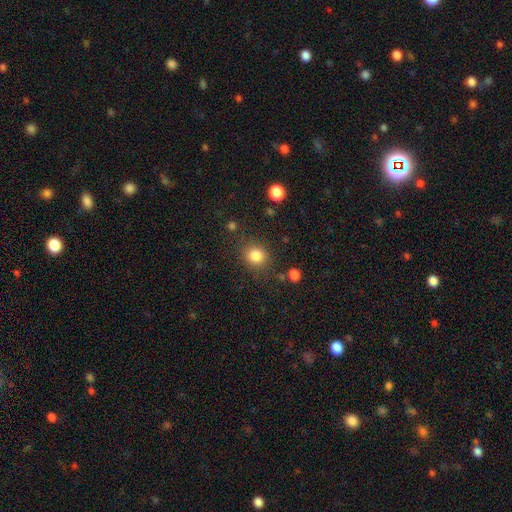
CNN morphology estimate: This appears to be a smooth galaxy with no disk features (83%) that is round (81%). Merging: none (83%).